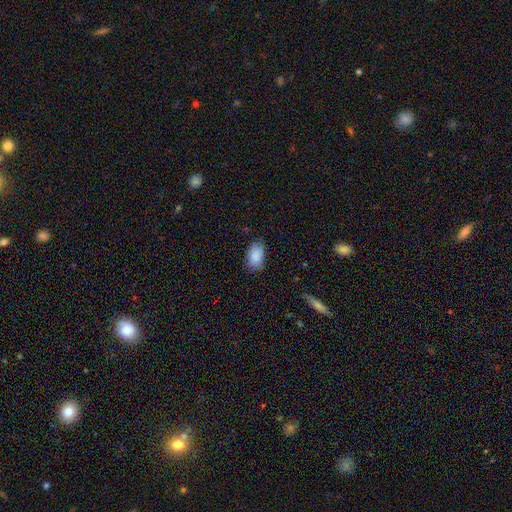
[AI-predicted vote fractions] smooth-or-featured: smooth: 88% | star or artifact: 7% | featured or disk: 5%
  how-rounded: in between: 91% | round: 8% | cigar-shaped: 1%
  merging: none: 73% | minor disturbance: 21% | major disturbance: 4% | merger: 1%